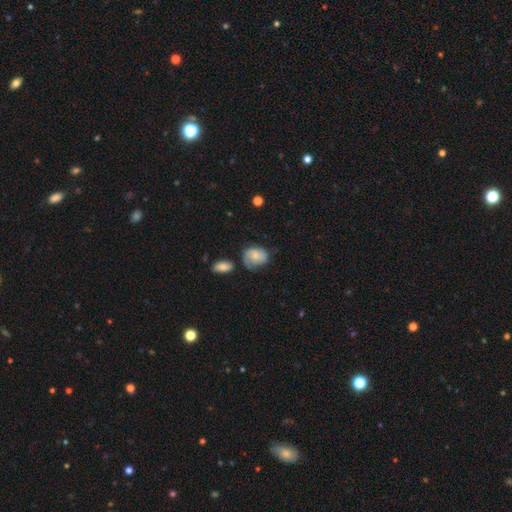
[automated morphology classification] type=smooth (59%); roundness=in between (53%); merging=none (47%).